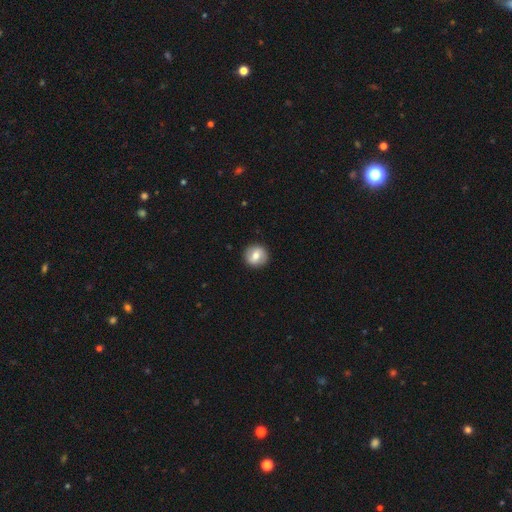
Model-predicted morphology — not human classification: A smooth galaxy with no disk features (61%) that is round (91%). Merging: none (90%).